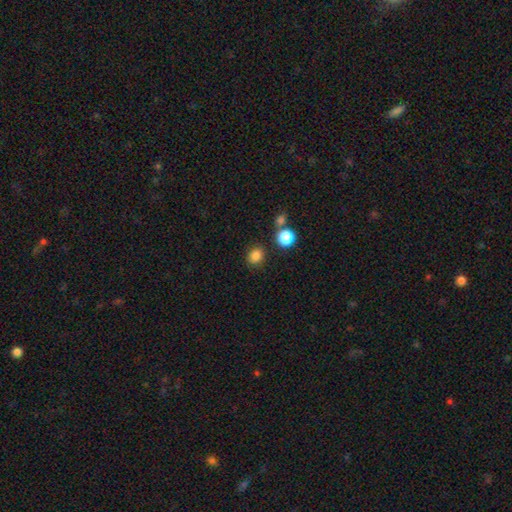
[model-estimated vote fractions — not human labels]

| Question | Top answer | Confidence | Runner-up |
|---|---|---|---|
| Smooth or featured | smooth | 84% | star or artifact (12%) |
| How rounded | round | 66% | in between (33%) |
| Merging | none | 84% | minor disturbance (9%) |